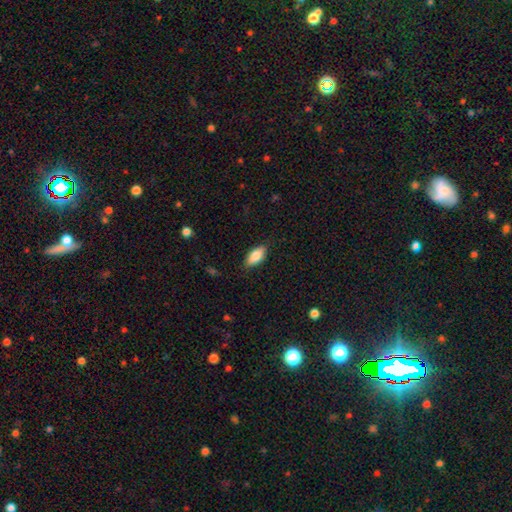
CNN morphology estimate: smooth_or_featured: smooth (p=0.80) [alt: featured or disk p=0.13]
how_rounded: in between (p=0.88) [alt: cigar-shaped p=0.09]
merging: none (p=0.83) [alt: minor disturbance p=0.13]